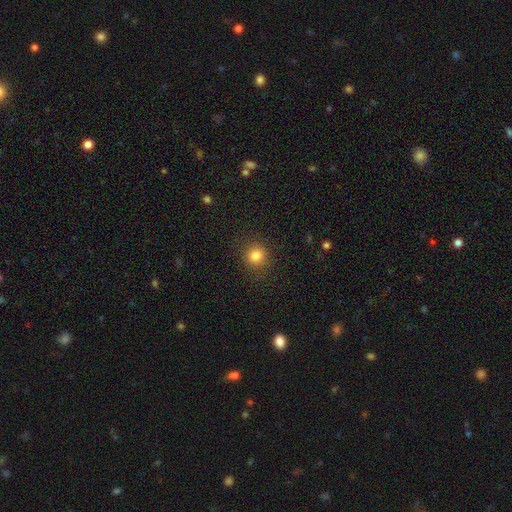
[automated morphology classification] The model was most divided on "smooth or featured": smooth: 82%, star or artifact: 12%, featured or disk: 5%. More confident: merging — none (88%); how rounded — round (88%).